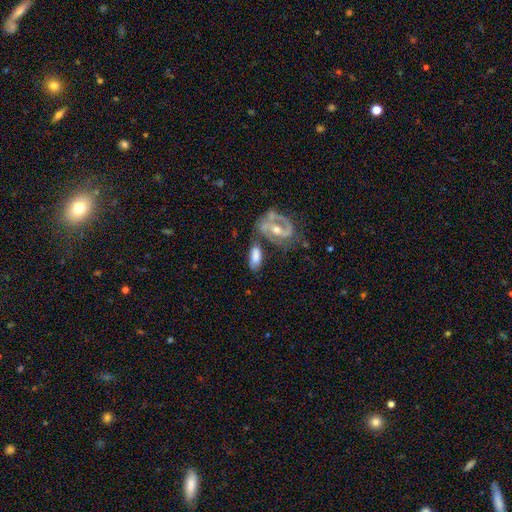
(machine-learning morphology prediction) Overall: smooth (51%; featured or disk 42%). How rounded: in between (84%). Merging: none (49%; merger 21%).